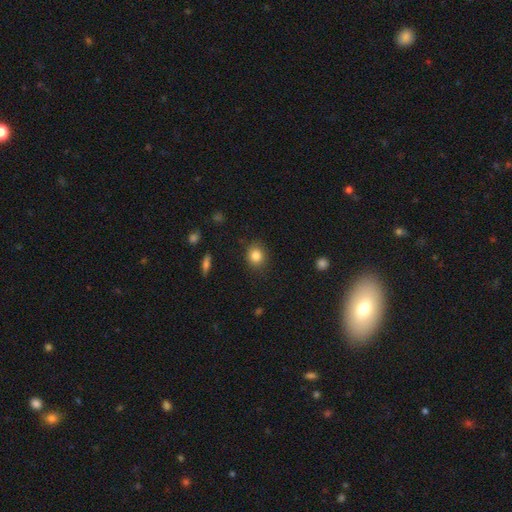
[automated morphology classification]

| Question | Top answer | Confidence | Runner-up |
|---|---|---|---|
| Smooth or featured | smooth | 84% | star or artifact (10%) |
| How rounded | round | 73% | in between (26%) |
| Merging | none | 86% | minor disturbance (10%) |